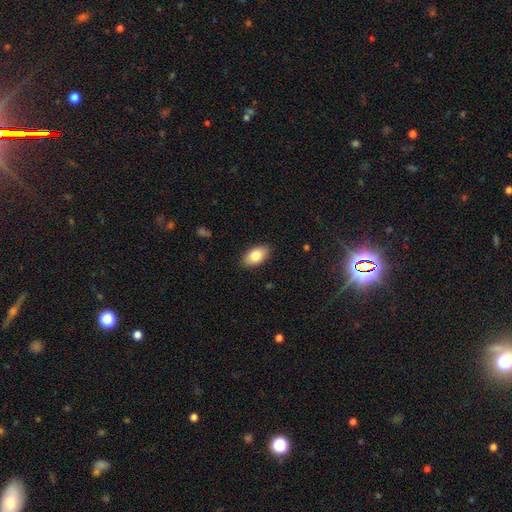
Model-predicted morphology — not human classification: Smooth or featured? smooth (82%)
How rounded? in between (93%)
Merging? none (88%)